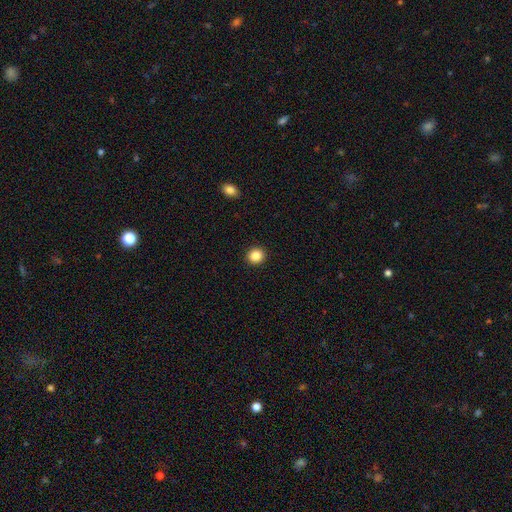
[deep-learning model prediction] A smooth galaxy with no disk features (86%) that is round (90%).

Vote fractions:
- Smooth or featured? smooth: 86% / star or artifact: 10% / featured or disk: 4%
- How rounded? round: 90% / in between: 9% / cigar-shaped: 1%
- Merging? none: 93% / minor disturbance: 5% / major disturbance: 2% / merger: 1%